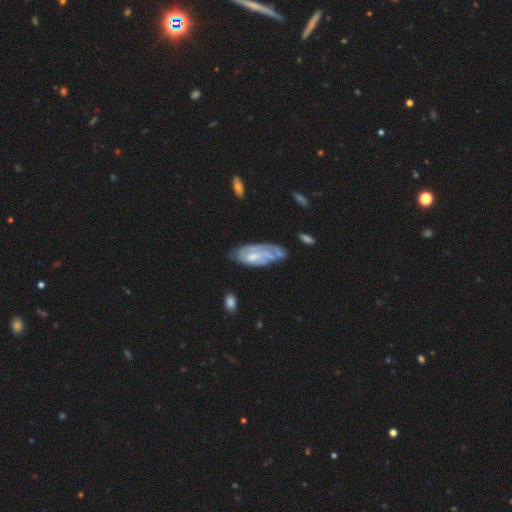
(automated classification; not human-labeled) This appears to be a featured or disk galaxy (68%) with no bar (56%), spiral arms (79%) and a small central bulge (39%). Merging: none (45%).